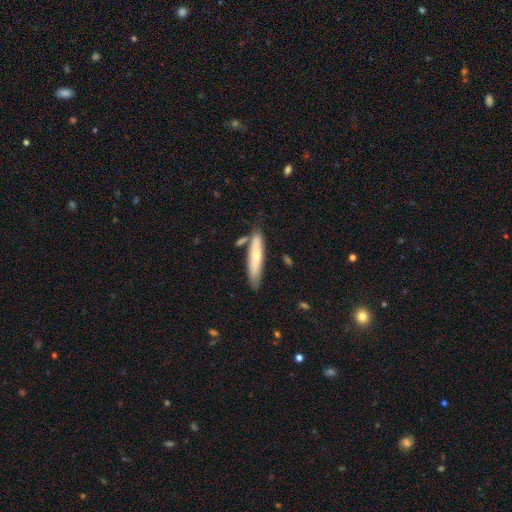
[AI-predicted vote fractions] Overall: smooth (64%; featured or disk 31%). How rounded: cigar-shaped (83%). Merging: none (72%).